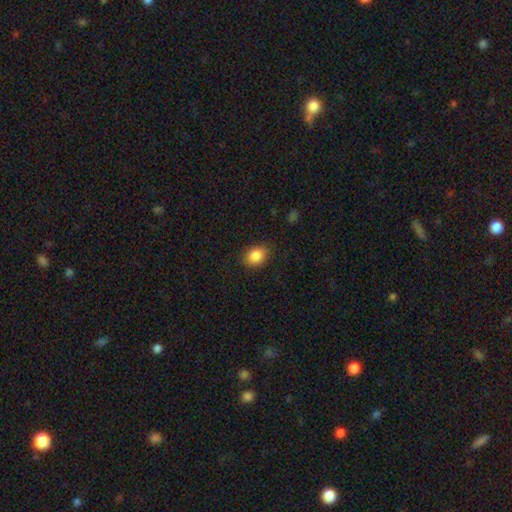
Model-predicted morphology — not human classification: smooth-or-featured: smooth: 86% | star or artifact: 9% | featured or disk: 5%
  how-rounded: in between: 60% | round: 39% | cigar-shaped: 1%
  merging: none: 85% | minor disturbance: 11% | major disturbance: 3% | merger: 1%